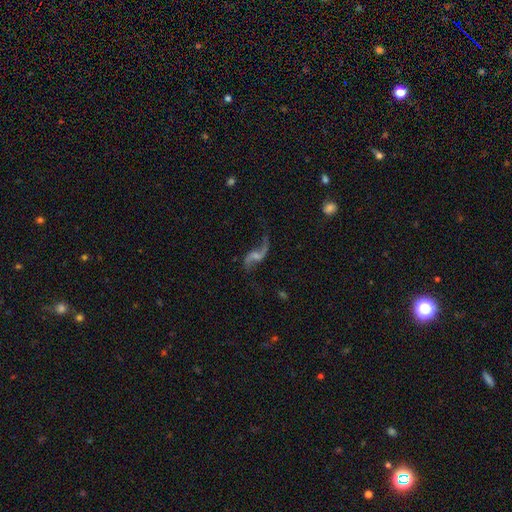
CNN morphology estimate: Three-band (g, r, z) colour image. It shows a featured or disk galaxy (88%) with no bar (46%), 2 (92%) loose (92%) spiral arms (96%) and a small central bulge (51%). Merging: none (72%).